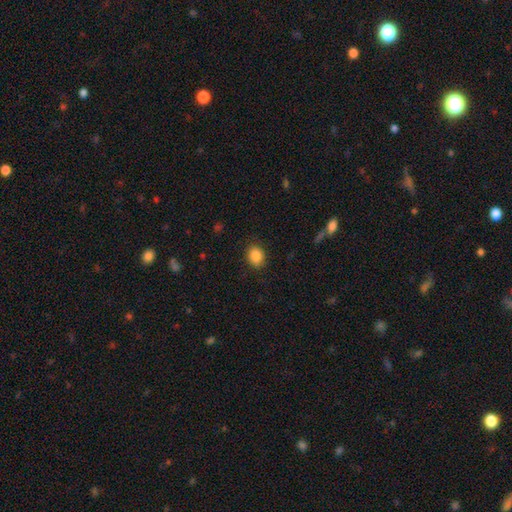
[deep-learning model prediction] Smooth or featured? smooth (87%)
How rounded? in between (59%)
Merging? none (86%)